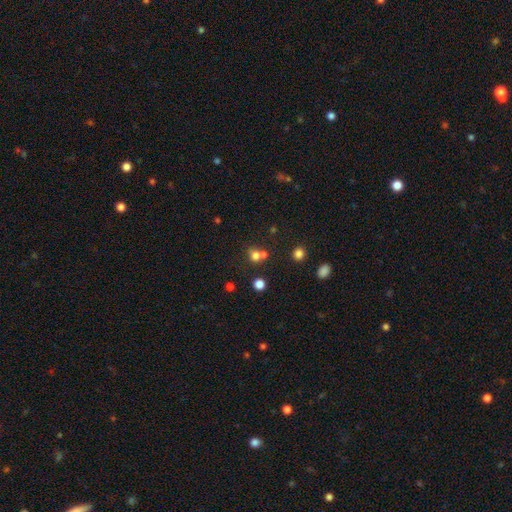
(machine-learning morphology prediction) This appears to be a smooth galaxy with no disk features (72%) that is round (77%). Merging: none (48%).